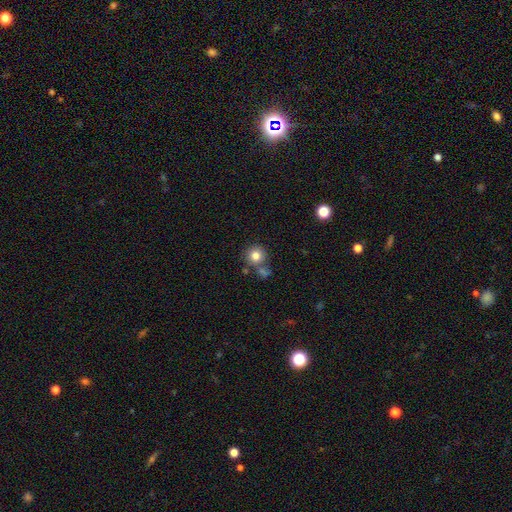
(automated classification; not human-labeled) smooth 80%, star or artifact 11%, featured or disk 9%. Down the decision tree: how rounded — round (92%); merging — none (67%).